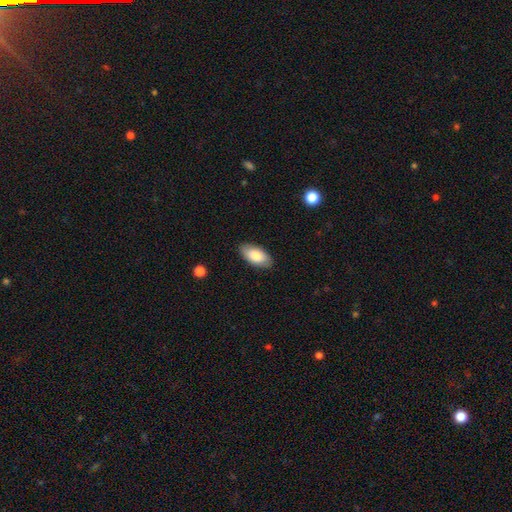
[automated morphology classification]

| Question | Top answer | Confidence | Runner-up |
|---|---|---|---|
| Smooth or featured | smooth | 83% | featured or disk (11%) |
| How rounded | in between | 94% | cigar-shaped (4%) |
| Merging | none | 86% | minor disturbance (10%) |